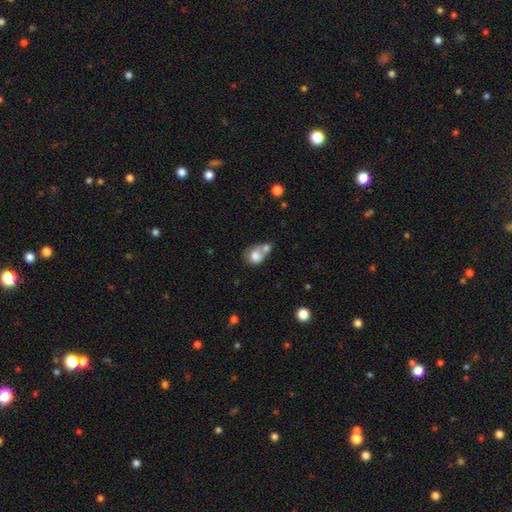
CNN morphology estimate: Smooth or featured: smooth — 75% (featured or disk — 16%)
How rounded: round — 60% (in between — 39%)
Merging: merger — 59% (none — 25%)